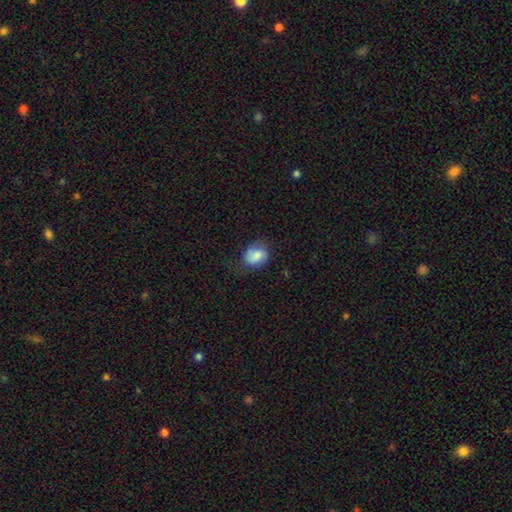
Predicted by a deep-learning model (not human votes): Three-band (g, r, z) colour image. It shows a smooth galaxy with no disk features (74%) that is in between round and cigar-shaped (54%). Merging: none (56%).